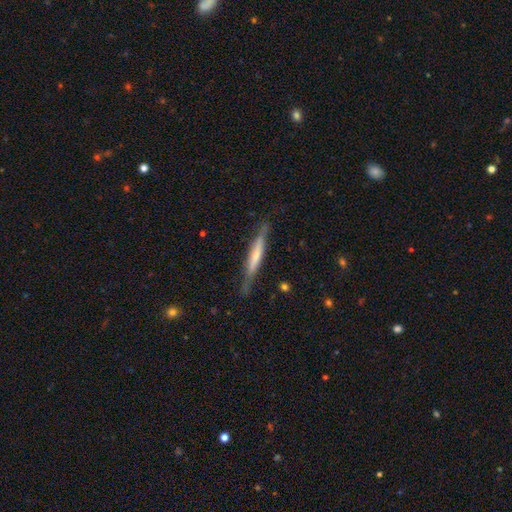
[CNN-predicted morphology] A featured or disk galaxy (53%) viewed edge-on (93%). Merging: none (78%).